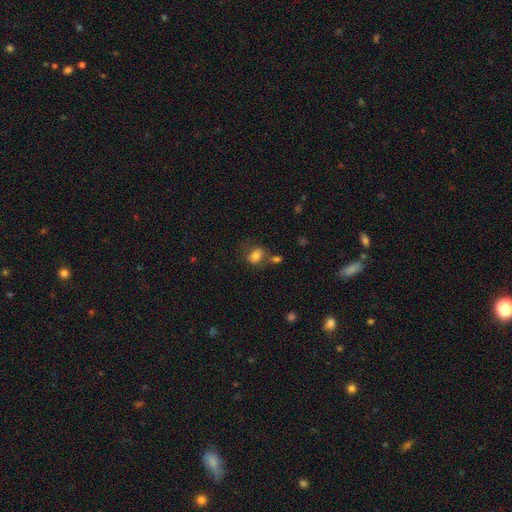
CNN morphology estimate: This appears to be a smooth galaxy with no disk features (77%) that is in between round and cigar-shaped (62%). Merging: none (49%).